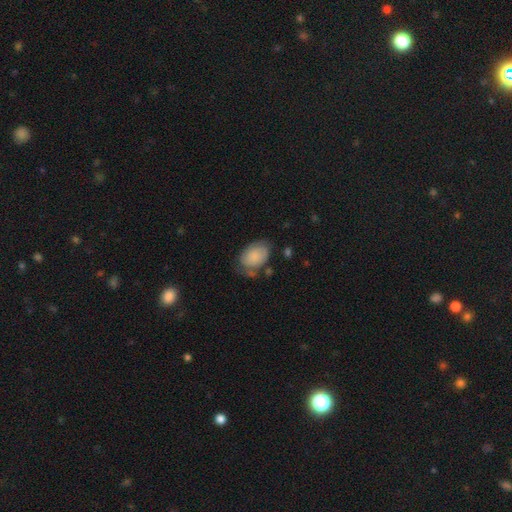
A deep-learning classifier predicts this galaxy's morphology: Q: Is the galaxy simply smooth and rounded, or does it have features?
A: smooth — 72%.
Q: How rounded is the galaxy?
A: in between — 85%.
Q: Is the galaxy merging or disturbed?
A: none — 52%.